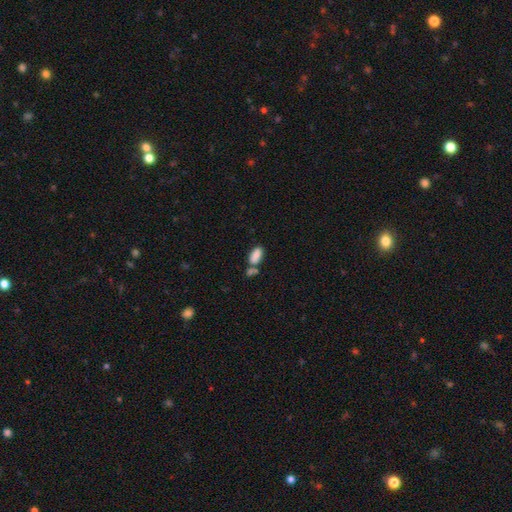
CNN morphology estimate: This is clearly a smooth galaxy (84%). How rounded: clearly in between (90%). Merging: marginally none (43%).